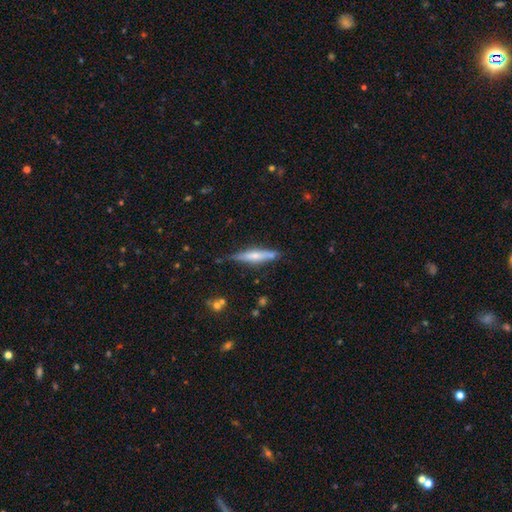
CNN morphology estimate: Smooth or featured?
  - smooth: 47% *
  - featured or disk: 46%
  - star or artifact: 7%
Merging?
  - none: 72% *
  - minor disturbance: 20%
  - merger: 4%
  - major disturbance: 4%